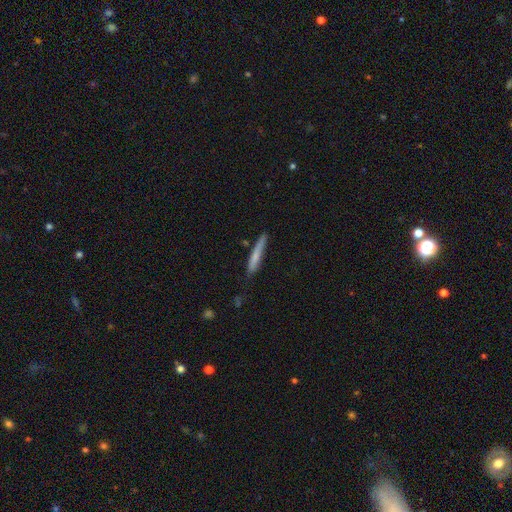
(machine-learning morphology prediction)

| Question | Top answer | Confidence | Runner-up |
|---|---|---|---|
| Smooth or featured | smooth | 67% | featured or disk (27%) |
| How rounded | cigar-shaped | 95% | in between (4%) |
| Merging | none | 77% | minor disturbance (18%) |